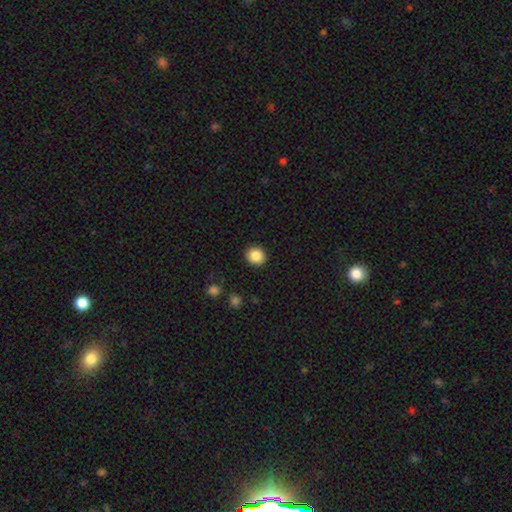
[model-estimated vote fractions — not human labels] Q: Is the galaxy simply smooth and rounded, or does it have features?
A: smooth — 87%.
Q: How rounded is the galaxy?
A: round — 84%.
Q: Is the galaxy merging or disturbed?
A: none — 91%.